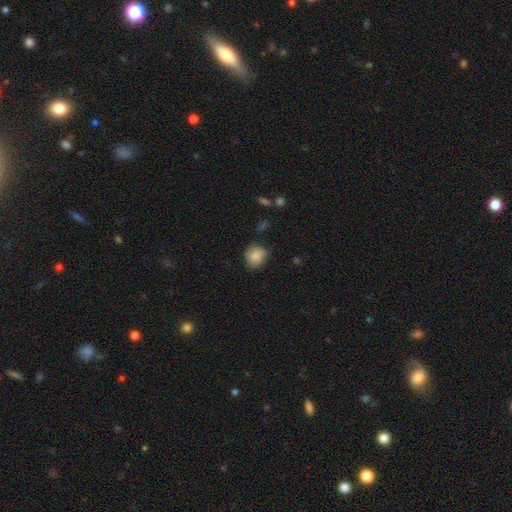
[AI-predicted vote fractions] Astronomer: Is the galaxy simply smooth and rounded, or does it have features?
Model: smooth — 86%.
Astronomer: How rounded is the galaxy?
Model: round — 73%.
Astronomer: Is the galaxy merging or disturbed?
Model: none — 73%.